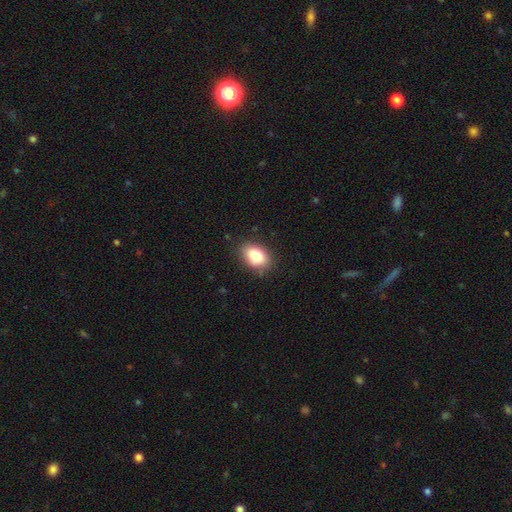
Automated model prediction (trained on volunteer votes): A smooth galaxy with no disk features (84%) that is in between round and cigar-shaped (86%). Merging: none (82%).